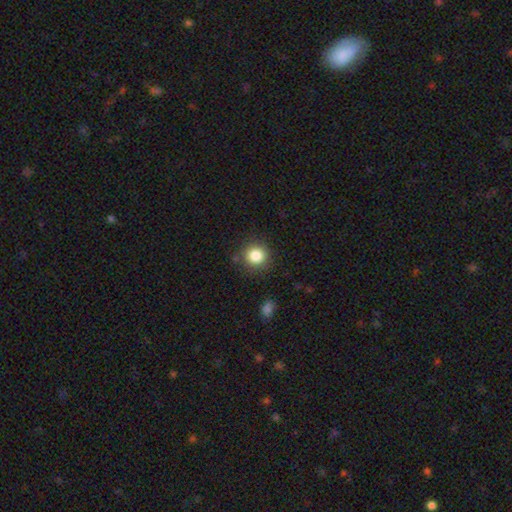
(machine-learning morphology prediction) smooth 84%, star or artifact 11%, featured or disk 5%. Down the decision tree: how rounded — round (92%); merging — none (85%).